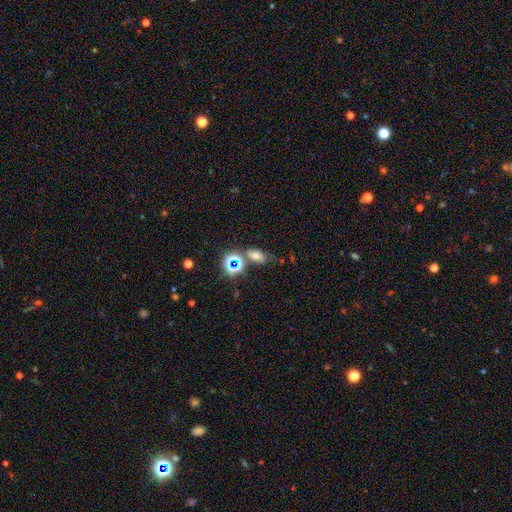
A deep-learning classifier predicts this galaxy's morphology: smooth 55%, star or artifact 31%, featured or disk 14%. Down the decision tree: how rounded — in between (80%); merging — none (50%).